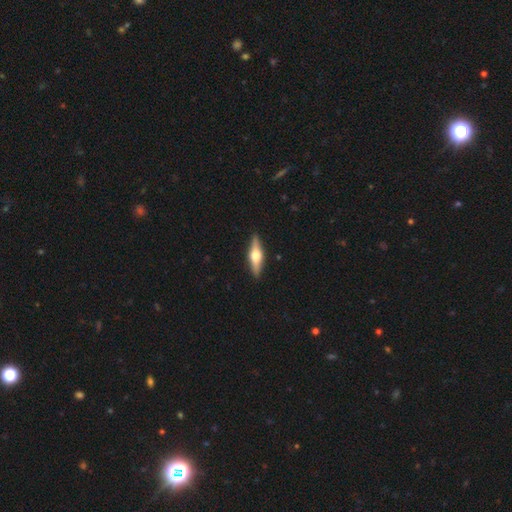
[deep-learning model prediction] Morphology: type=featured or disk (63%); edge-on=yes (95%); edge-on bulge=rounded (95%); merging=none (90%).